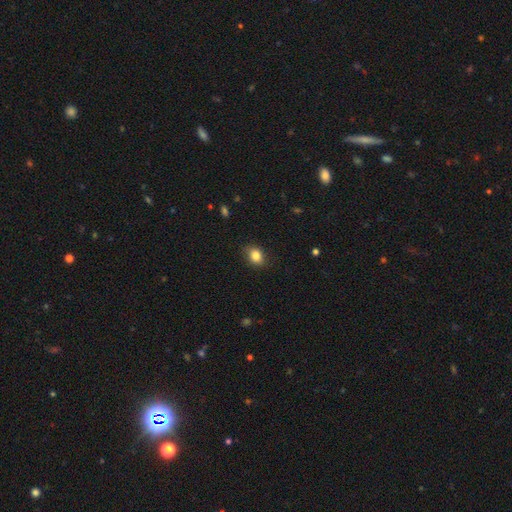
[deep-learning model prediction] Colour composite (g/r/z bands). It shows a smooth galaxy with no disk features (84%) that is in between round and cigar-shaped (61%). Merging: none (82%).